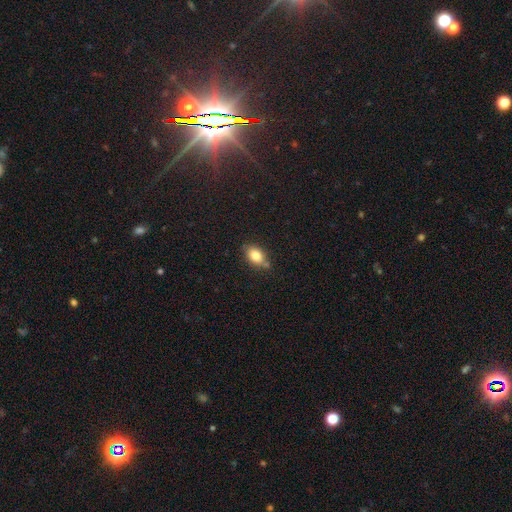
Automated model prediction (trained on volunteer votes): Q: Smooth or featured?
A: smooth (81%); runner-up: featured or disk (10%)
Q: How rounded?
A: in between (78%); runner-up: round (20%)
Q: Merging?
A: none (70%); runner-up: minor disturbance (19%)